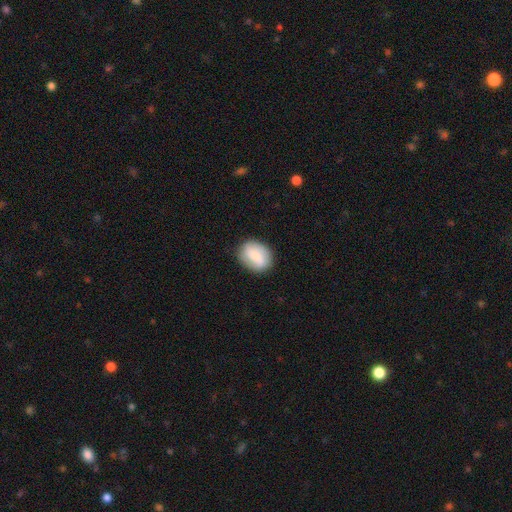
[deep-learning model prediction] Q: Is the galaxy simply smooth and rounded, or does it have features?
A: smooth — 73%.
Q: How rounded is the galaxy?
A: in between — 61%.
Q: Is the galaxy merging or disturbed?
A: none — 81%.